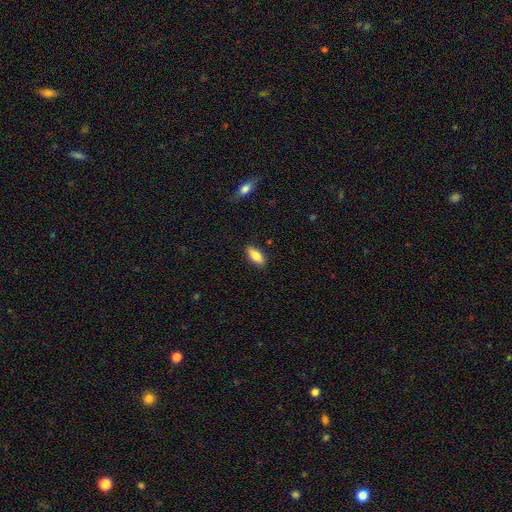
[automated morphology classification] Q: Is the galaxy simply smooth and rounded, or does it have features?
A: smooth — 82%.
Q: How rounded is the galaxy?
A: in between — 78%.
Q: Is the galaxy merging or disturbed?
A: none — 86%.